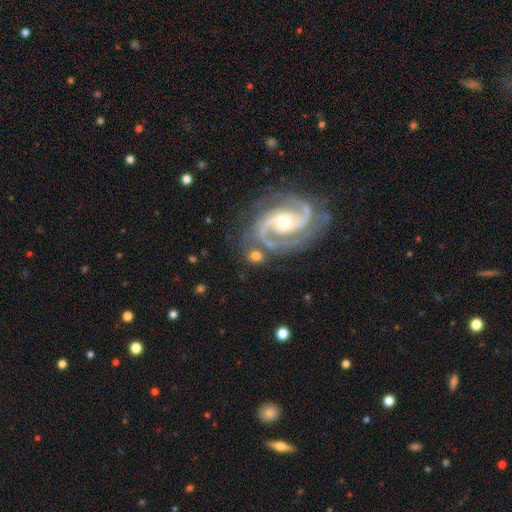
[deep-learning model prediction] This appears to be a featured or disk galaxy (67%) with a weak bar (40%), 2 (87%) medium (56%) spiral arms (94%) and a moderate central bulge (53%). Merging: none (69%).